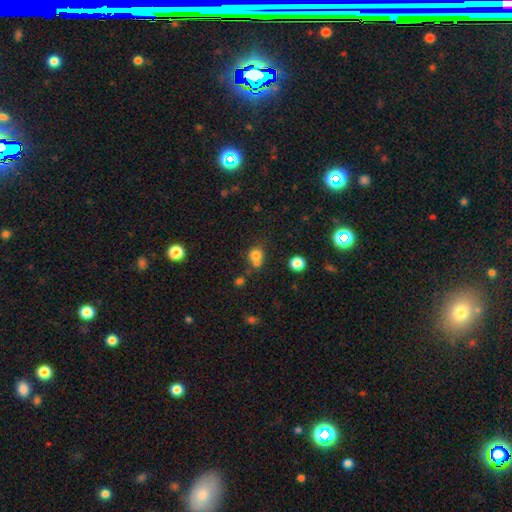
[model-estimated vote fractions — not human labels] This appears to be a smooth galaxy with no disk features (75%) that is round (75%). Merging: none (42%).